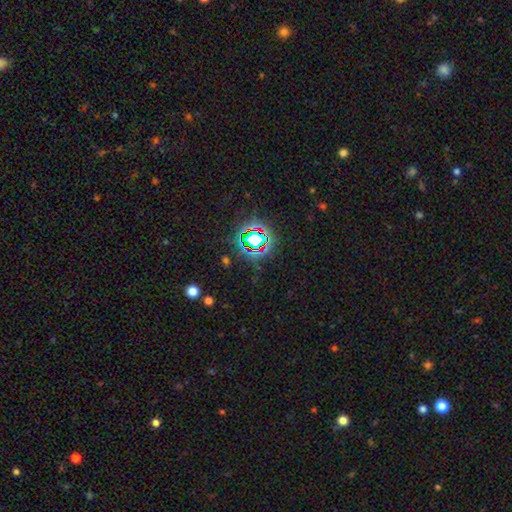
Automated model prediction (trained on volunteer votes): Q: Smooth or featured?
A: star or artifact (77%); runner-up: smooth (15%)